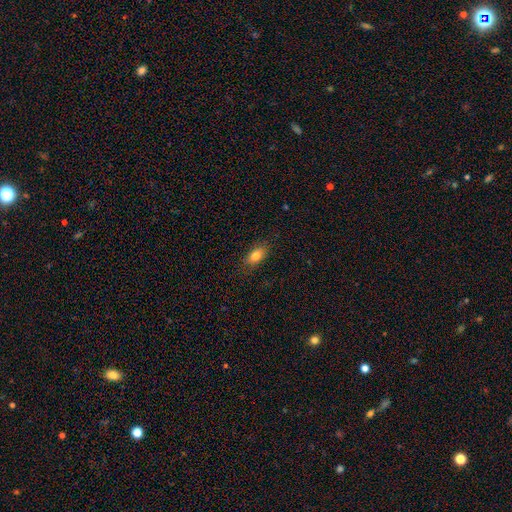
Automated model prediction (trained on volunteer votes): Morphology: type=smooth (80%); roundness=in between (85%); merging=none (83%).